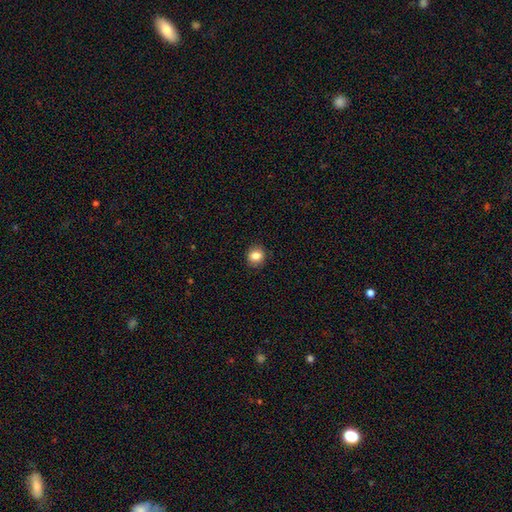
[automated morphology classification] A smooth galaxy with no disk features (84%) that is round (85%).

Vote fractions:
- Smooth or featured? smooth: 84% / star or artifact: 10% / featured or disk: 6%
- How rounded? round: 85% / in between: 14% / cigar-shaped: 1%
- Merging? none: 90% / minor disturbance: 7% / major disturbance: 2% / merger: 1%